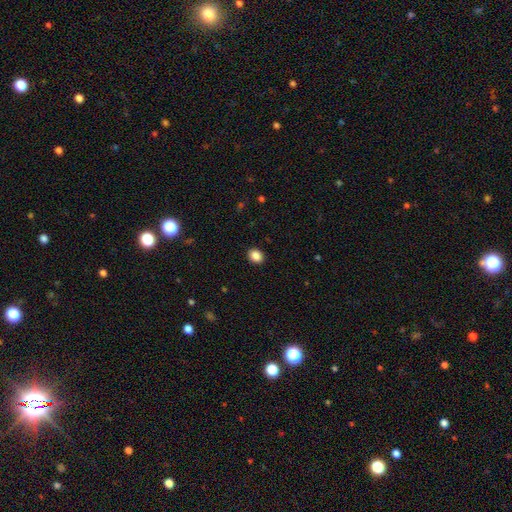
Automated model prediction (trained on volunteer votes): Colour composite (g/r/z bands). It shows a smooth galaxy with no disk features (87%) that is in between round and cigar-shaped (51%). Merging: none (91%).